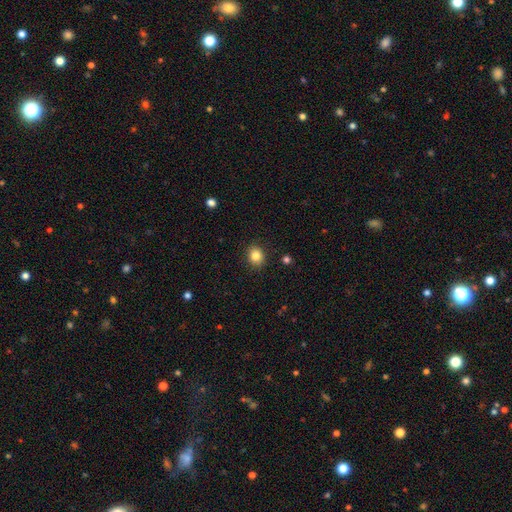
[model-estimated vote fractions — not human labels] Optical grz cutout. It shows a smooth galaxy with no disk features (84%) that is round (66%). Merging: none (89%).